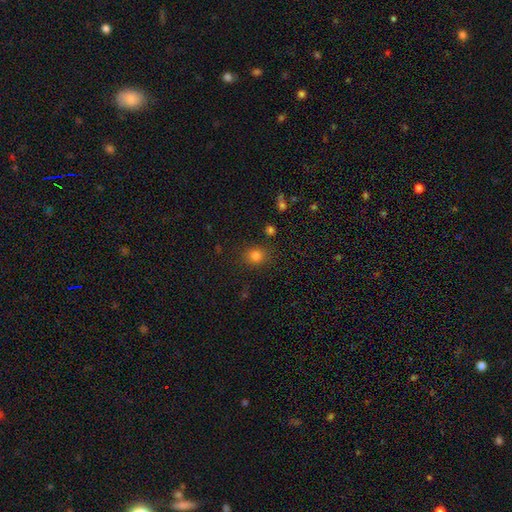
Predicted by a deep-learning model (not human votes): This is clearly a smooth galaxy (80%). How rounded: likely round (72%). Merging: clearly none (84%).